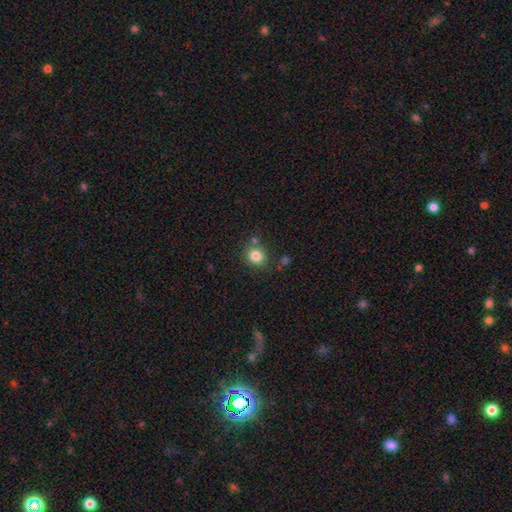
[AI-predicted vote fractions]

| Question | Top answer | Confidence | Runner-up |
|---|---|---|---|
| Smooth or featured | smooth | 83% | star or artifact (11%) |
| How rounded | round | 75% | in between (24%) |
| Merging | none | 77% | minor disturbance (11%) |